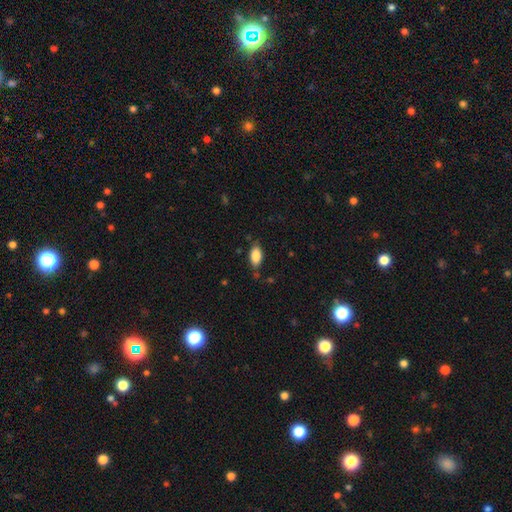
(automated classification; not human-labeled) smooth_or_featured: smooth (p=0.86) [alt: star or artifact p=0.07]
how_rounded: in between (p=0.92) [alt: cigar-shaped p=0.05]
merging: none (p=0.76) [alt: minor disturbance p=0.17]